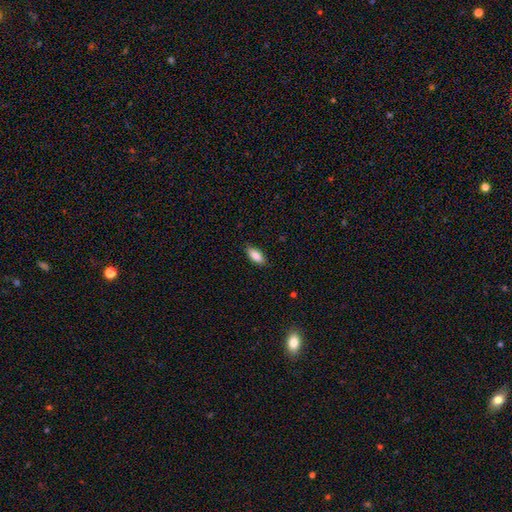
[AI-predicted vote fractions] smooth-or-featured: smooth: 85% | featured or disk: 8% | star or artifact: 7%
  how-rounded: in between: 83% | cigar-shaped: 15% | round: 2%
  merging: none: 86% | minor disturbance: 11% | major disturbance: 2% | merger: 1%